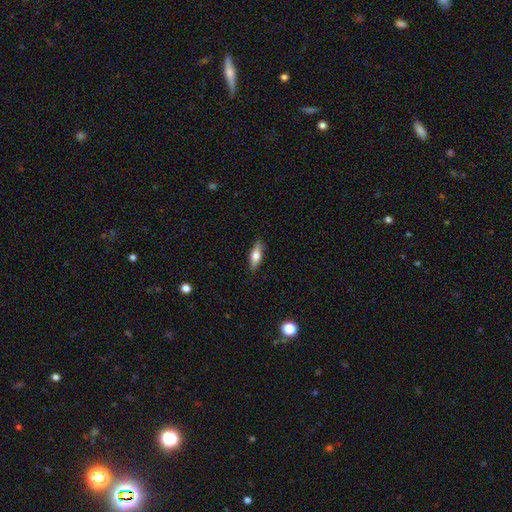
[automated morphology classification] Smooth or featured? Predicted: smooth (p=0.59). How rounded? Predicted: in between (p=0.54). Merging? Predicted: none (p=0.88).